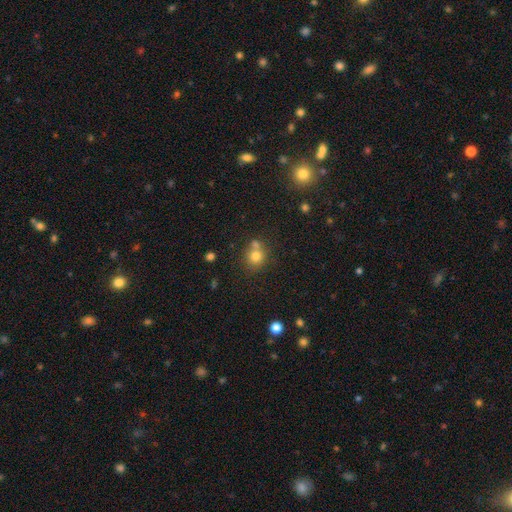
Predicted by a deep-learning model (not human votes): Smooth or featured? Predicted: smooth (p=0.77). How rounded? Predicted: round (p=0.84). Merging? Predicted: none (p=0.55).